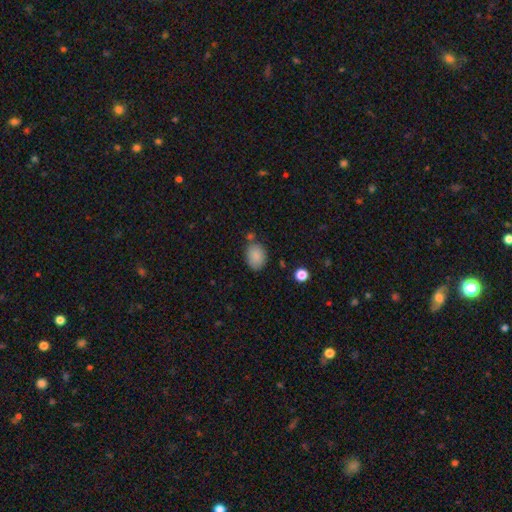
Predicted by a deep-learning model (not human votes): This is clearly a smooth galaxy (87%). How rounded: likely in between (72%). Merging: likely none (72%).